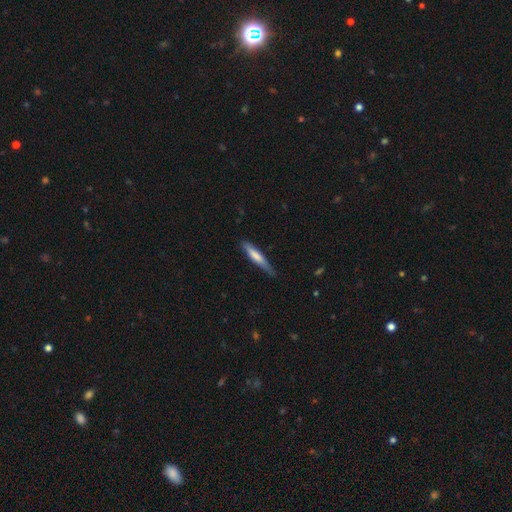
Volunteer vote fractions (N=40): A smooth galaxy with no disk features (57%) that is cigar-shaped (83%).

Vote fractions:
- Smooth or featured? smooth: 57% / featured or disk: 35% / star or artifact: 8%
- How rounded? cigar-shaped: 83% / in between: 17% / round: 0%
- Merging? none: 57% / minor disturbance: 32% / major disturbance: 8% / merger: 3%